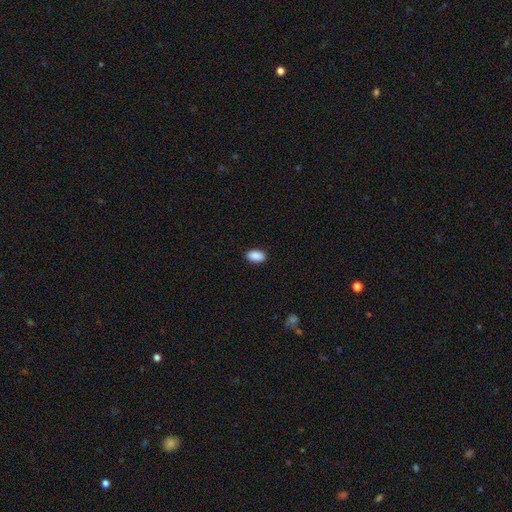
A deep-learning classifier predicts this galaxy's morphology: smooth_or_featured: smooth (p=0.90) [alt: star or artifact p=0.07]
how_rounded: in between (p=0.93) [alt: round p=0.06]
merging: none (p=0.89) [alt: minor disturbance p=0.08]